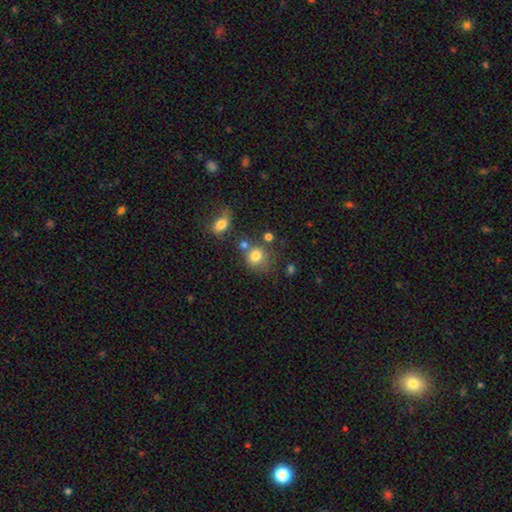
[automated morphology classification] Overall: smooth (78%). How rounded: round (69%; in between 30%). Merging: none (49%; merger 25%).